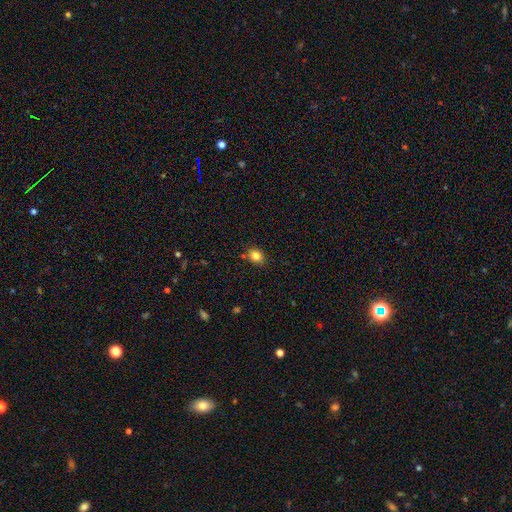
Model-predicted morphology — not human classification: The model was most divided on "how rounded": in between: 58%, round: 41%, cigar-shaped: 1%. More confident: smooth or featured — smooth (83%); merging — none (81%).